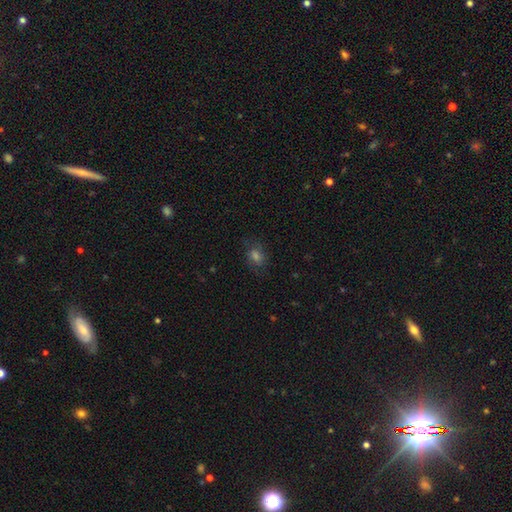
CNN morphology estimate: This is possibly a smooth galaxy (55%). How rounded: possibly in between (60%). Merging: likely none (74%).